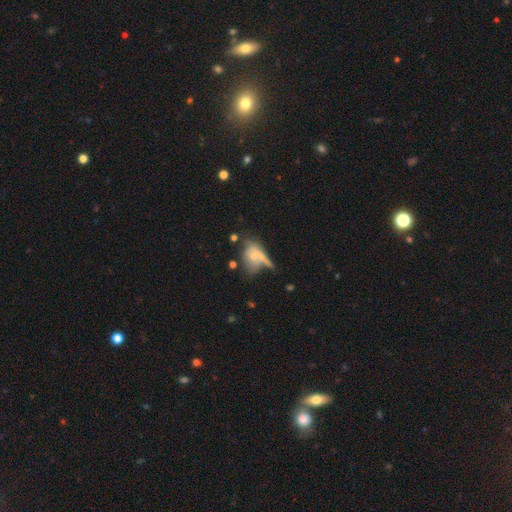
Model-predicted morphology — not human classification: smooth-or-featured: smooth: 58% | featured or disk: 32% | star or artifact: 10%
  how-rounded: in between: 64% | round: 28% | cigar-shaped: 8%
  merging: none: 39% | merger: 30% | minor disturbance: 18% | major disturbance: 13%